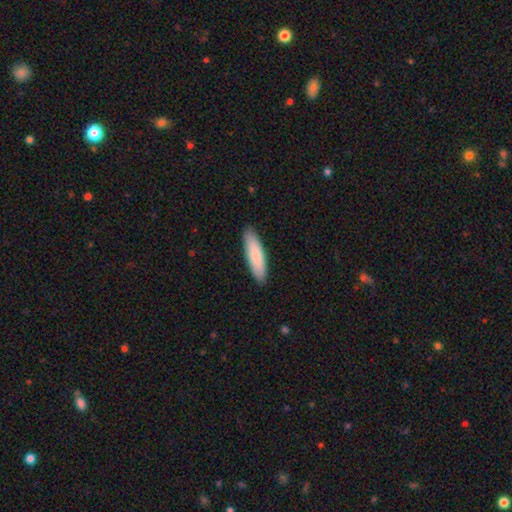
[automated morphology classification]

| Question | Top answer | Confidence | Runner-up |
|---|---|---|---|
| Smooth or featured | smooth | 83% | featured or disk (12%) |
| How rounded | cigar-shaped | 63% | in between (35%) |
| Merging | none | 89% | minor disturbance (8%) |